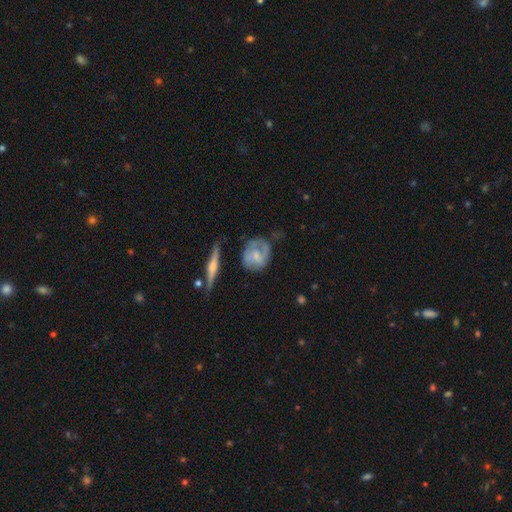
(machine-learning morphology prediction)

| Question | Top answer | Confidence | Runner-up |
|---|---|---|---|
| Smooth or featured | featured or disk | 51% | smooth (43%) |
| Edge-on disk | no | 89% | yes (11%) |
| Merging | none | 55% | minor disturbance (28%) |